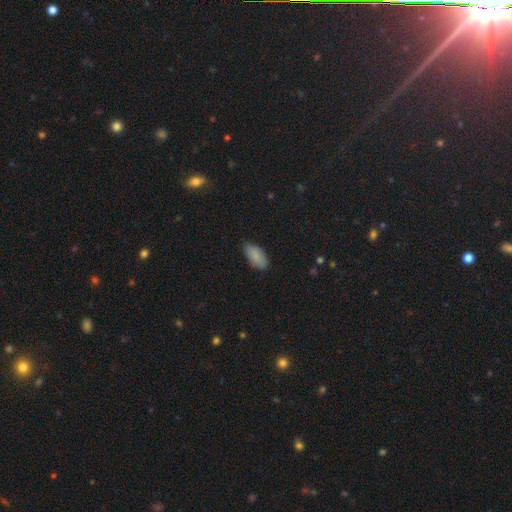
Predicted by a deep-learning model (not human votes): Overall: smooth (86%). How rounded: in between (93%). Merging: none (75%).